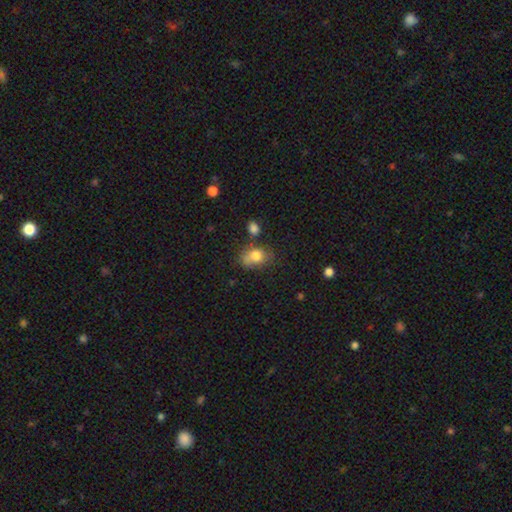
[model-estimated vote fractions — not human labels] Smooth or featured: smooth — 78% (featured or disk — 13%)
How rounded: in between — 69% (round — 30%)
Merging: none — 49% (minor disturbance — 27%)